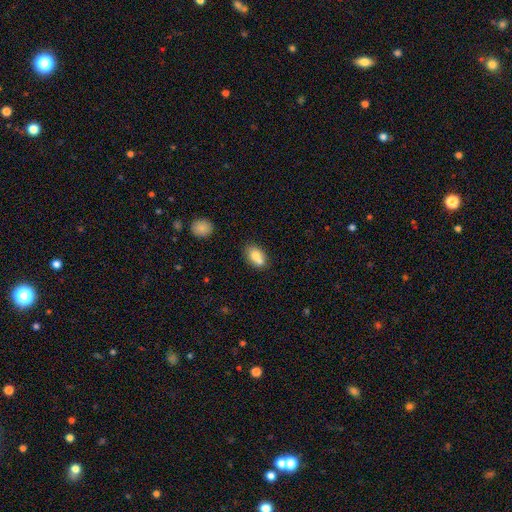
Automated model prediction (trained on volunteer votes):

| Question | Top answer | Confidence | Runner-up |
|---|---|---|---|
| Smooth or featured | smooth | 76% | featured or disk (15%) |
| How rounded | in between | 82% | round (16%) |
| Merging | none | 49% | merger (34%) |